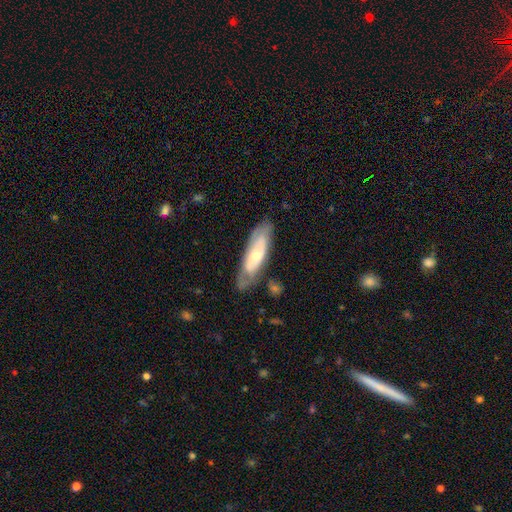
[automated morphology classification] A featured or disk galaxy (58%). Merging: none (74%).